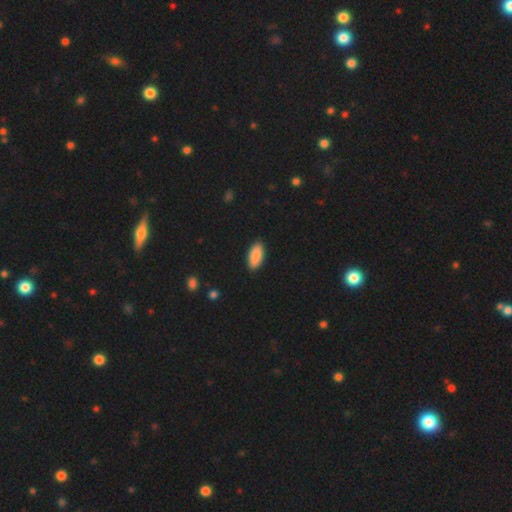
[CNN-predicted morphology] type=smooth (90%); roundness=in between (90%); merging=none (89%).